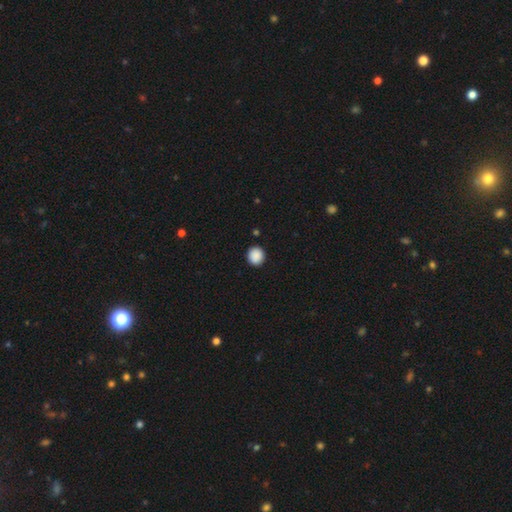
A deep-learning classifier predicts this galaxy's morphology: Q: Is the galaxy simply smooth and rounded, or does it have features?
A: smooth — 90%.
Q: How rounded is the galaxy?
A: round — 89%.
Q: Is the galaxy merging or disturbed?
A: none — 92%.